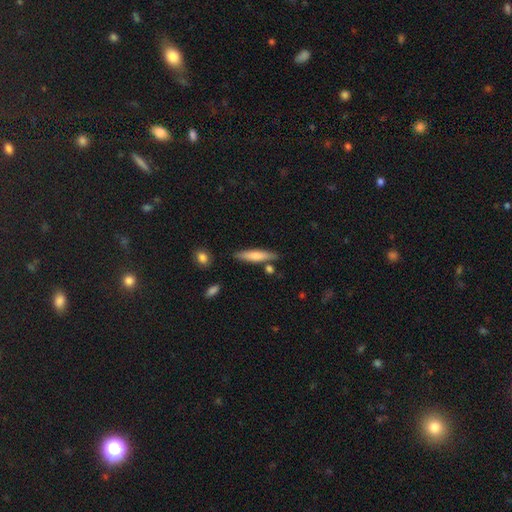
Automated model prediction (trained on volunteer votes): Smooth or featured? Predicted: smooth (p=0.68). How rounded? Predicted: cigar-shaped (p=0.80). Merging? Predicted: none (p=0.79).